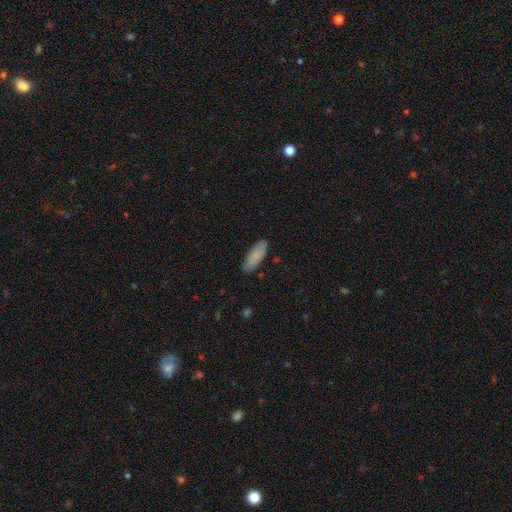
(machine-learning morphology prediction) This appears to be a smooth galaxy with no disk features (82%) that is in between round and cigar-shaped (73%). Merging: none (84%).